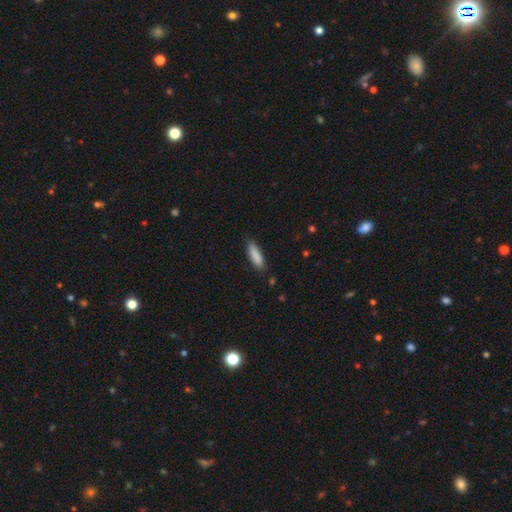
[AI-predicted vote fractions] This is clearly a smooth galaxy (88%). How rounded: possibly cigar-shaped (53%). Merging: clearly none (85%).